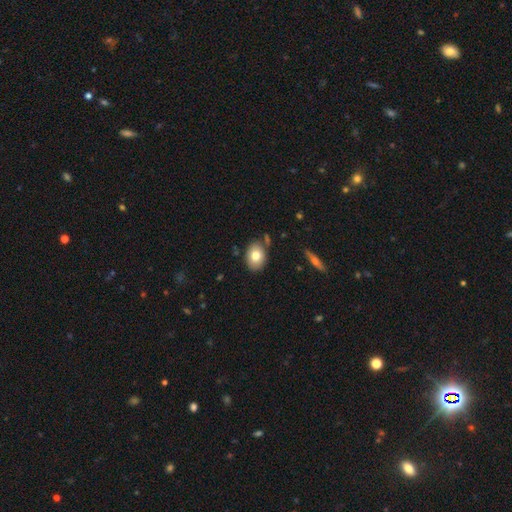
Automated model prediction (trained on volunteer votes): smooth_or_featured: smooth (p=0.76) [alt: featured or disk p=0.16]
how_rounded: in between (p=0.73) [alt: round p=0.26]
merging: none (p=0.80) [alt: minor disturbance p=0.13]